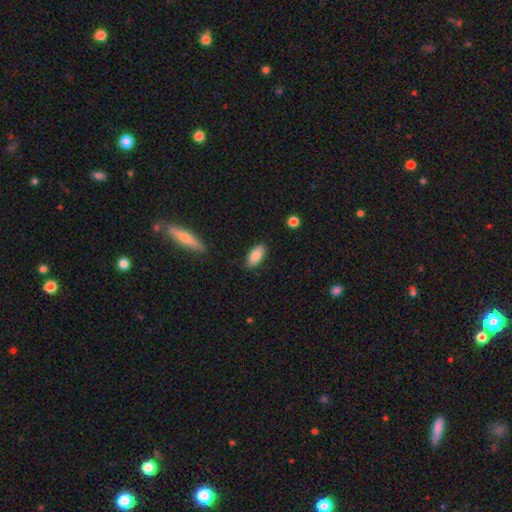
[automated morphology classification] This is clearly a smooth galaxy (82%). How rounded: clearly in between (89%). Merging: clearly none (86%).